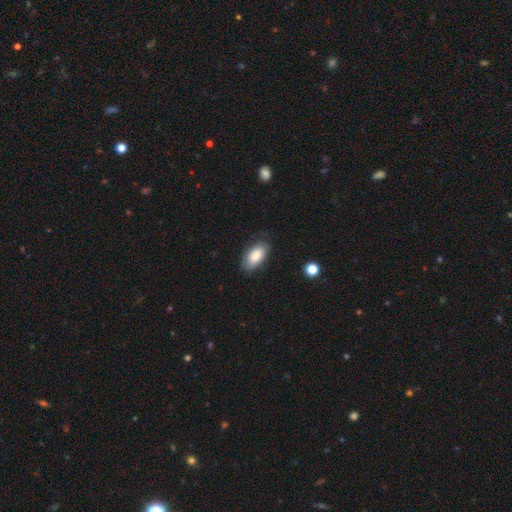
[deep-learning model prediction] smooth_or_featured: smooth (p=0.83) [alt: featured or disk p=0.10]
how_rounded: in between (p=0.93) [alt: cigar-shaped p=0.04]
merging: none (p=0.80) [alt: minor disturbance p=0.15]